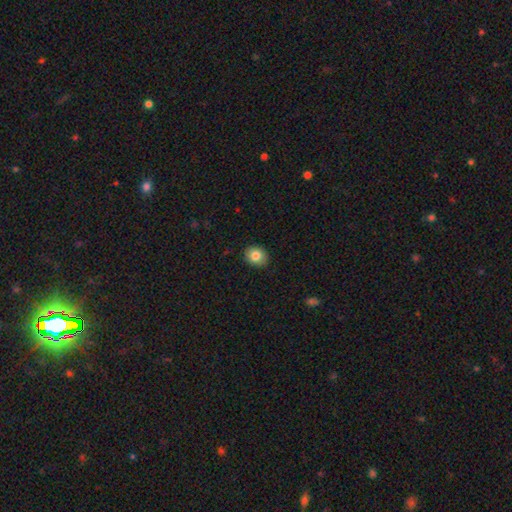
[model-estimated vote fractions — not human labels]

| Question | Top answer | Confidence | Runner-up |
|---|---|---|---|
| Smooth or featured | smooth | 82% | star or artifact (9%) |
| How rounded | round | 61% | in between (38%) |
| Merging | none | 89% | minor disturbance (8%) |